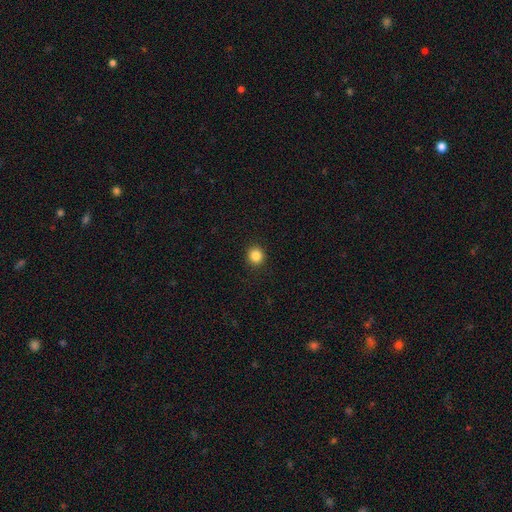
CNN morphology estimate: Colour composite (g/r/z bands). It shows a smooth galaxy with no disk features (85%) that is round (91%). Merging: none (92%).